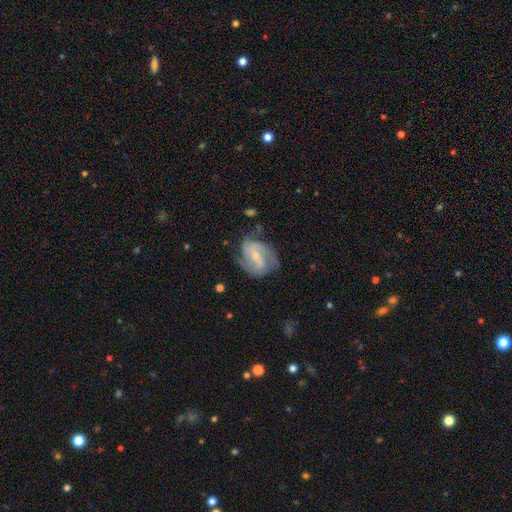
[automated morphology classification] This is clearly a featured or disk galaxy (84%). It is clearly not viewed edge-on (97%). Bar: possibly weak (48%). Spiral arm pattern: clearly yes (95%). Spiral arm count: possibly 2 (54%). Spiral winding: possibly medium (50%). Central bulge: likely small (61%). Merging: likely none (63%).